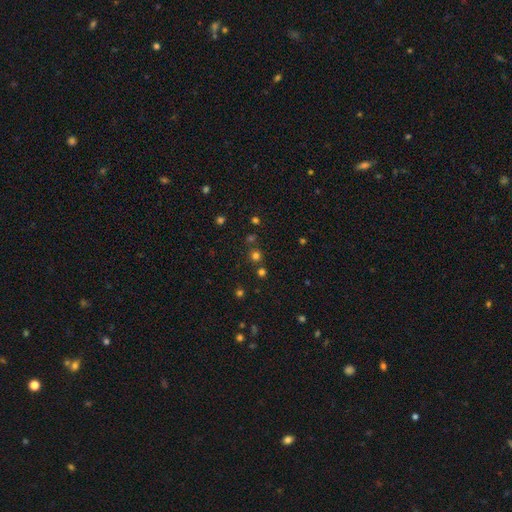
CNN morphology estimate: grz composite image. It shows a smooth galaxy with no disk features (65%) that is round (92%). Merging: none (79%).